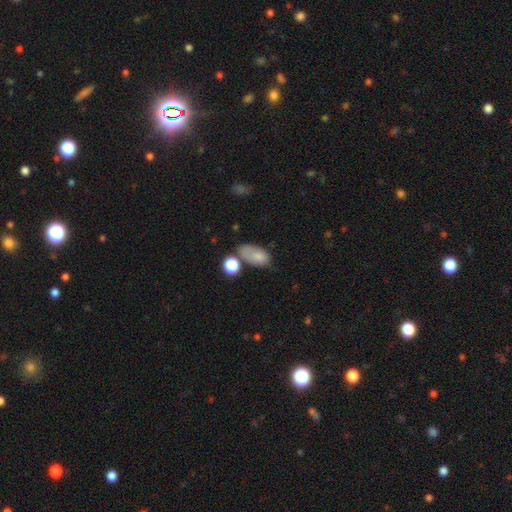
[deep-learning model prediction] smooth-or-featured: smooth: 78% | featured or disk: 13% | star or artifact: 10%
  how-rounded: in between: 90% | round: 7% | cigar-shaped: 2%
  merging: none: 48% | minor disturbance: 27% | merger: 14% | major disturbance: 11%